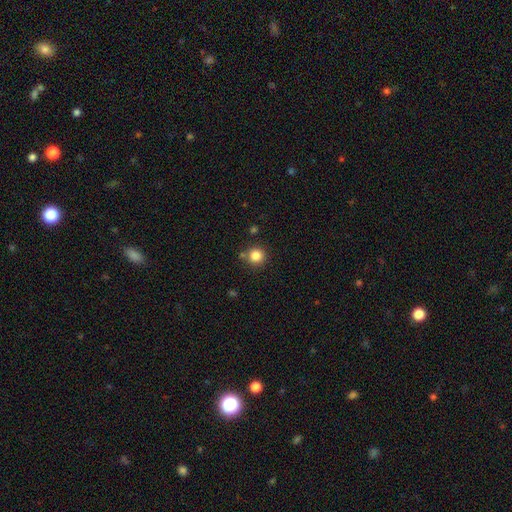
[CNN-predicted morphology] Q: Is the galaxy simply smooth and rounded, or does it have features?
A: smooth — 84%.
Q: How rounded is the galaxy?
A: round — 94%.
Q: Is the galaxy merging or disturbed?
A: none — 82%.